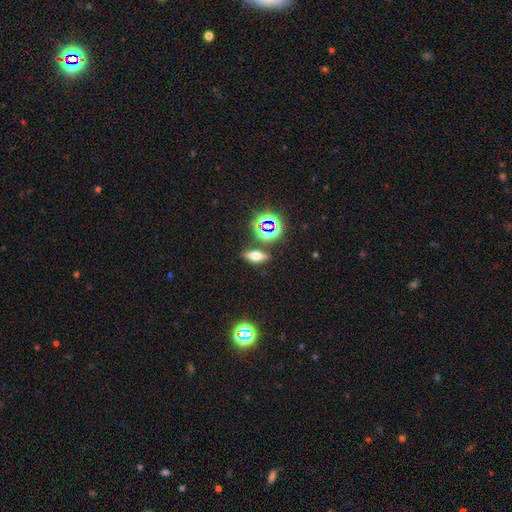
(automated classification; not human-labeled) A smooth galaxy with no disk features (51%) that is in between round and cigar-shaped (64%). Merging: none (82%).